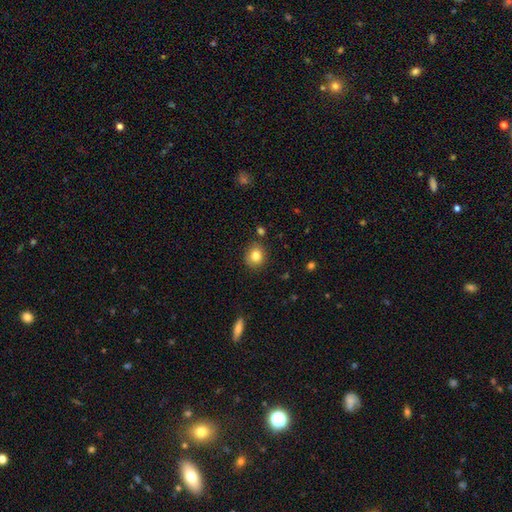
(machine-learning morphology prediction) smooth-or-featured: smooth: 82% | star or artifact: 10% | featured or disk: 8%
  how-rounded: round: 78% | in between: 22% | cigar-shaped: 1%
  merging: none: 84% | minor disturbance: 10% | merger: 3% | major disturbance: 2%